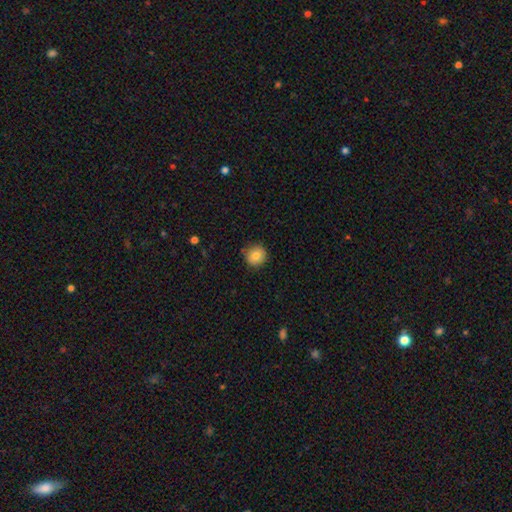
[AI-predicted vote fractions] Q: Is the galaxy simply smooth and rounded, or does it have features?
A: smooth — 82%.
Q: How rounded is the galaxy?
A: round — 91%.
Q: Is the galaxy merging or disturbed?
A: none — 83%.